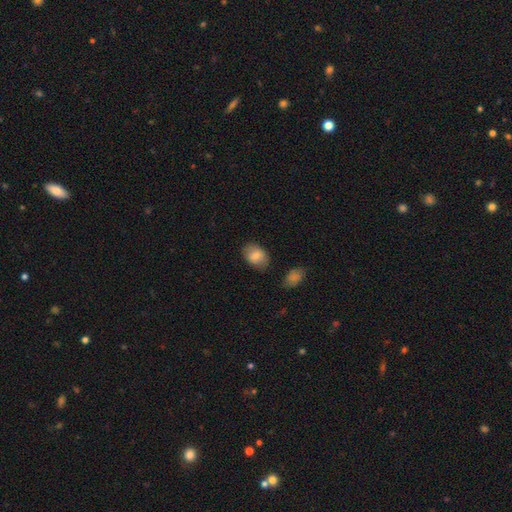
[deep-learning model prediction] A smooth galaxy with no disk features (81%) that is in between round and cigar-shaped (78%).

Vote fractions:
- Smooth or featured? smooth: 81% / featured or disk: 11% / star or artifact: 8%
- How rounded? in between: 78% / round: 21% / cigar-shaped: 1%
- Merging? none: 77% / minor disturbance: 16% / major disturbance: 4% / merger: 3%